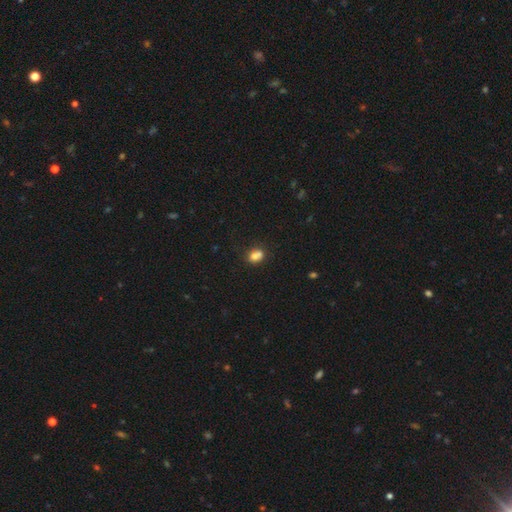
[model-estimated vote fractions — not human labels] Smooth or featured: smooth — 73% (featured or disk — 15%)
How rounded: round — 55% (in between — 44%)
Merging: merger — 47% (none — 37%)